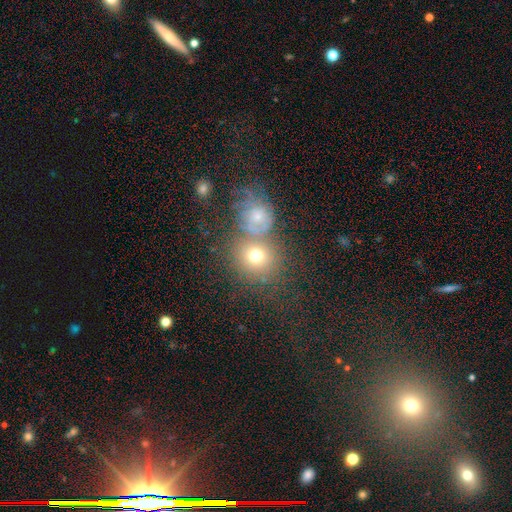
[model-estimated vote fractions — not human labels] This is likely a smooth galaxy (70%). How rounded: likely round (78%). Merging: possibly none (51%).